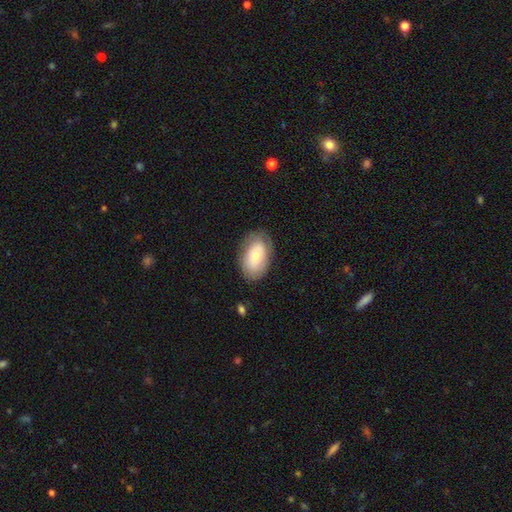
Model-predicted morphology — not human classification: A smooth galaxy with no disk features (73%) that is in between round and cigar-shaped (92%).

Vote fractions:
- Smooth or featured? smooth: 73% / featured or disk: 21% / star or artifact: 6%
- How rounded? in between: 92% / round: 7% / cigar-shaped: 1%
- Merging? none: 78% / minor disturbance: 16% / major disturbance: 5% / merger: 1%